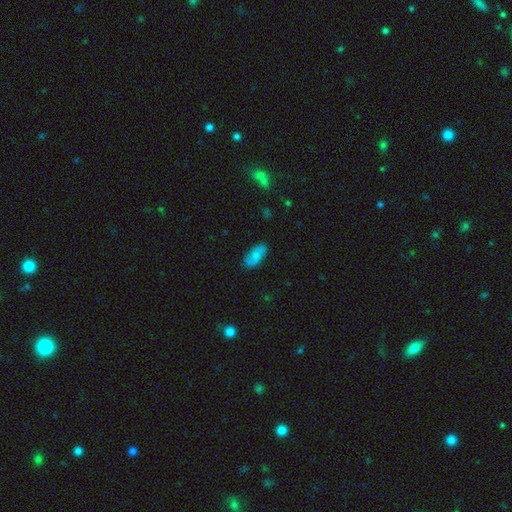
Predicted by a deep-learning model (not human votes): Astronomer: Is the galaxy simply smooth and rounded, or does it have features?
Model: smooth — 68%.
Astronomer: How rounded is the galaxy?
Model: in between — 90%.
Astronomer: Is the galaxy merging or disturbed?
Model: none — 80%.